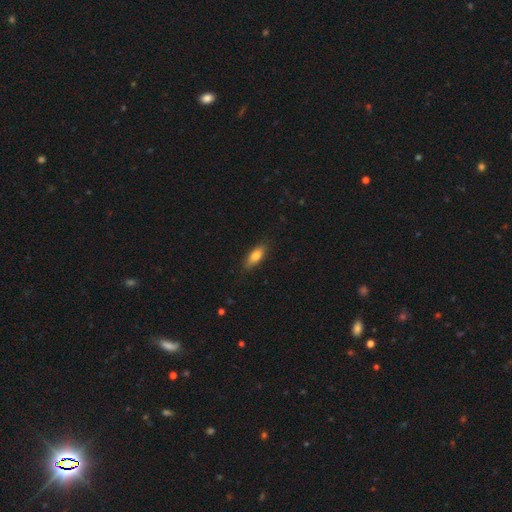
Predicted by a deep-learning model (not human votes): The model was most divided on "how rounded": in between: 69%, cigar-shaped: 28%, round: 3%. More confident: merging — none (85%); smooth or featured — smooth (77%).